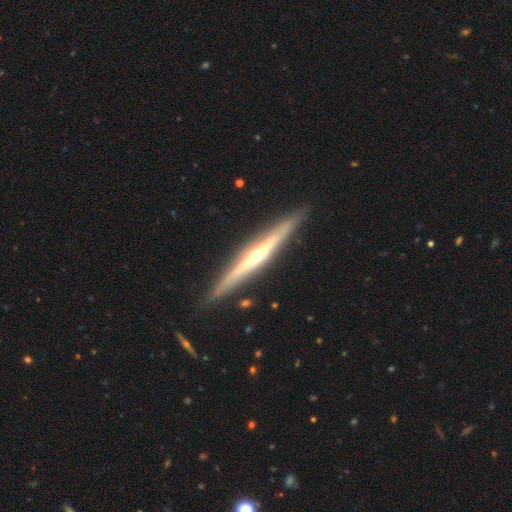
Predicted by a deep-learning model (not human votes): Smooth or featured? featured or disk (80%)
Edge-on disk? yes (97%)
Edge-on bulge? rounded (83%)
Merging? none (89%)